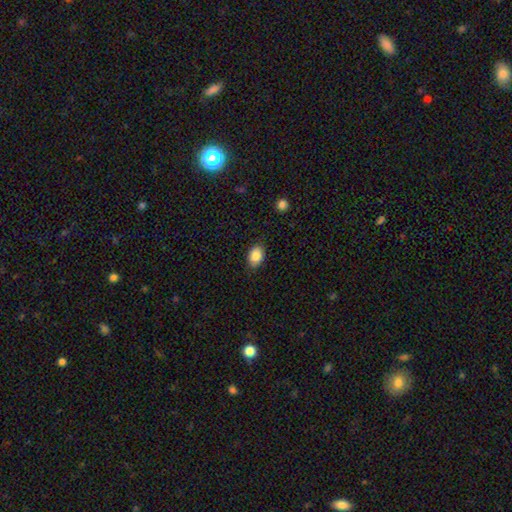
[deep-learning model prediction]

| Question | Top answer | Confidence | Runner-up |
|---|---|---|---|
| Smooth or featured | smooth | 87% | star or artifact (8%) |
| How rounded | in between | 80% | round (19%) |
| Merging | none | 85% | minor disturbance (12%) |